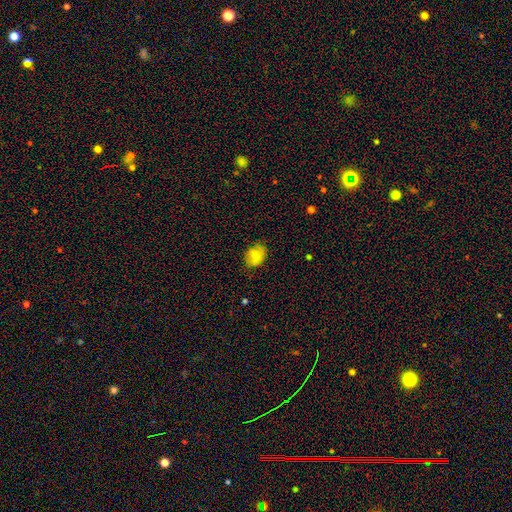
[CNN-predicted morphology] smooth 76%, featured or disk 16%, star or artifact 9%. Down the decision tree: how rounded — in between (63%); merging — none (76%).